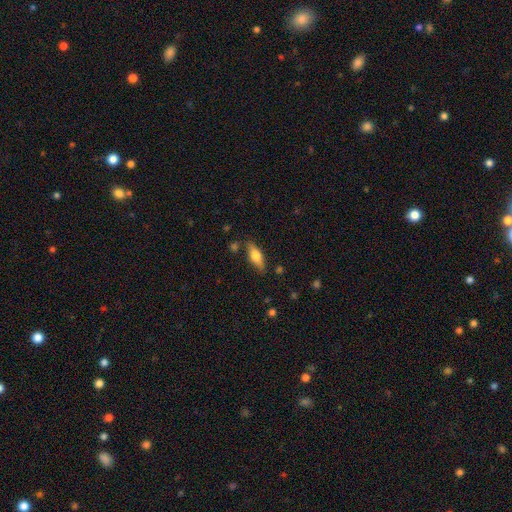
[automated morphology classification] Q: Smooth or featured?
A: smooth (62%); runner-up: featured or disk (32%)
Q: How rounded?
A: in between (64%); runner-up: cigar-shaped (33%)
Q: Merging?
A: none (79%); runner-up: minor disturbance (15%)